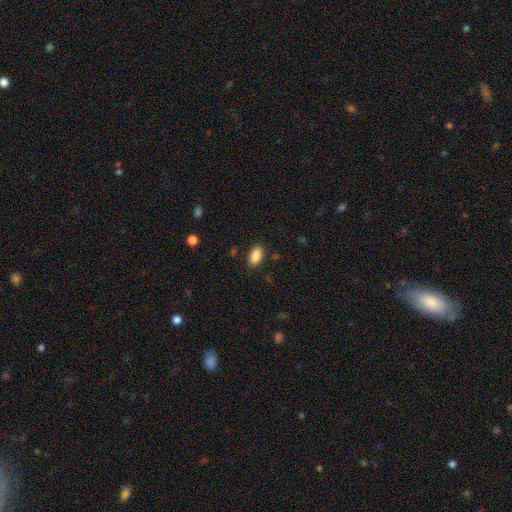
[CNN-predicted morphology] Smooth or featured? smooth (89%)
How rounded? in between (92%)
Merging? none (86%)